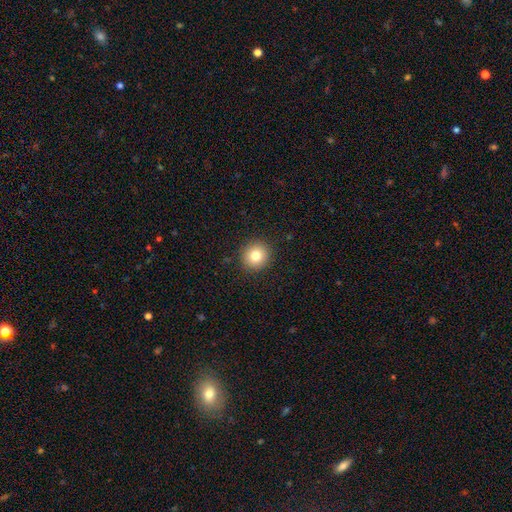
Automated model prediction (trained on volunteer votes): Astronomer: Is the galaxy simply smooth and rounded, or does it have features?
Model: smooth — 81%.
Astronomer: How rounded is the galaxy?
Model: round — 90%.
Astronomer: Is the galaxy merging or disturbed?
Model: none — 91%.